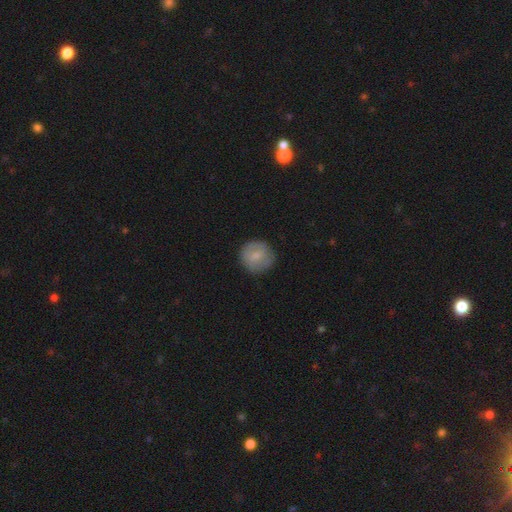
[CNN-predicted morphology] Smooth or featured: smooth — 73% (featured or disk — 19%)
How rounded: round — 89% (in between — 10%)
Merging: none — 82% (minor disturbance — 14%)